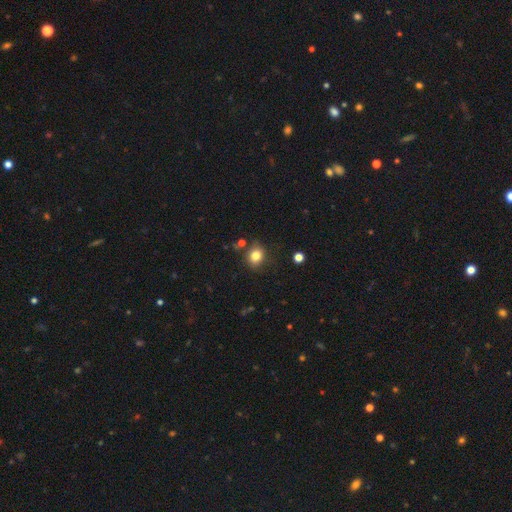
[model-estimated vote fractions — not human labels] Smooth or featured? smooth (82%)
How rounded? round (60%)
Merging? none (78%)